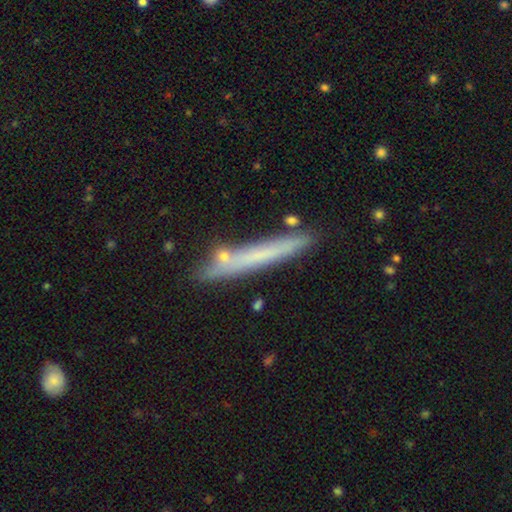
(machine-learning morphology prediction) smooth 54%, featured or disk 38%, star or artifact 8%. Down the decision tree: how rounded — cigar-shaped (96%); merging — none (80%).